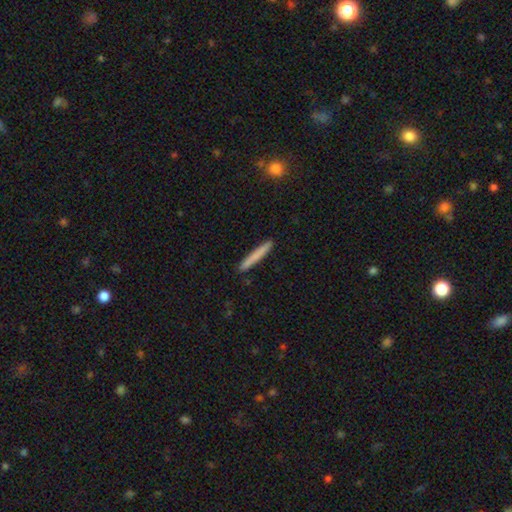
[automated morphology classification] A smooth galaxy with no disk features (76%) that is cigar-shaped (96%).

Vote fractions:
- Smooth or featured? smooth: 76% / featured or disk: 18% / star or artifact: 6%
- How rounded? cigar-shaped: 96% / in between: 2% / round: 1%
- Merging? none: 91% / minor disturbance: 7% / major disturbance: 1% / merger: 1%